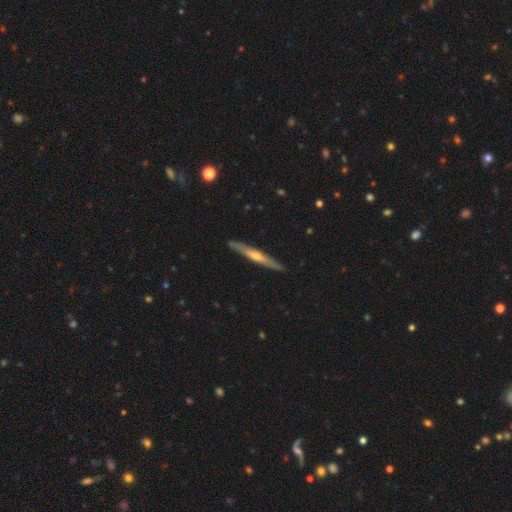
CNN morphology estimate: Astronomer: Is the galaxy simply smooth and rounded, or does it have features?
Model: featured or disk — 67%.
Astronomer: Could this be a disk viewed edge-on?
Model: yes — 96%.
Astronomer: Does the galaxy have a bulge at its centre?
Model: rounded — 72%.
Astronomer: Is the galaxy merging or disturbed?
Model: none — 89%.